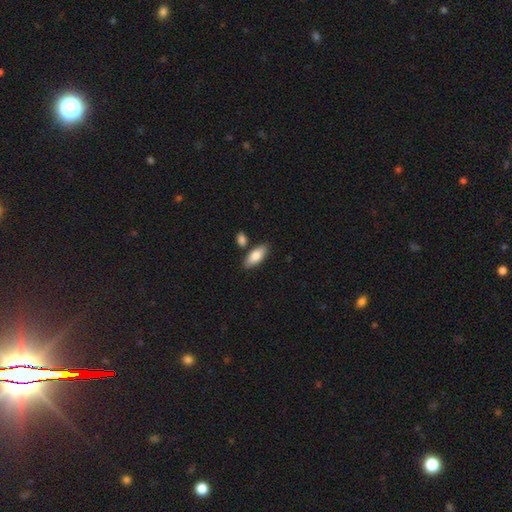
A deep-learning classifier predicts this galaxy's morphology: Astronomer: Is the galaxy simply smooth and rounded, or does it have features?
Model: smooth — 80%.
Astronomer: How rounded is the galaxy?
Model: in between — 80%.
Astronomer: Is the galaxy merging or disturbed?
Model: none — 79%.